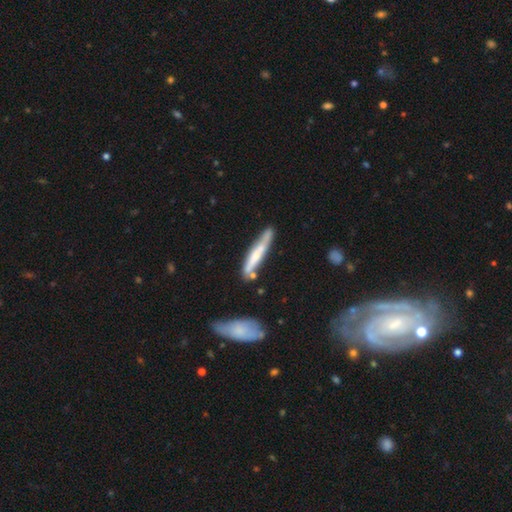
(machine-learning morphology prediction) Smooth or featured? smooth (48%)
Merging? none (68%)